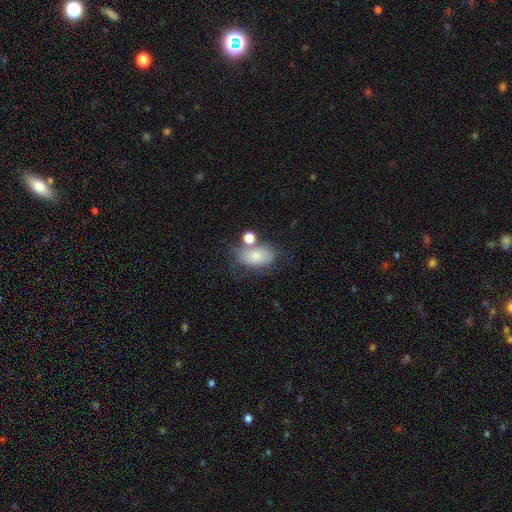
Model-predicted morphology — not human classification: Smooth or featured: smooth — 73% (featured or disk — 18%)
How rounded: in between — 88% (round — 10%)
Merging: none — 45% (merger — 23%)